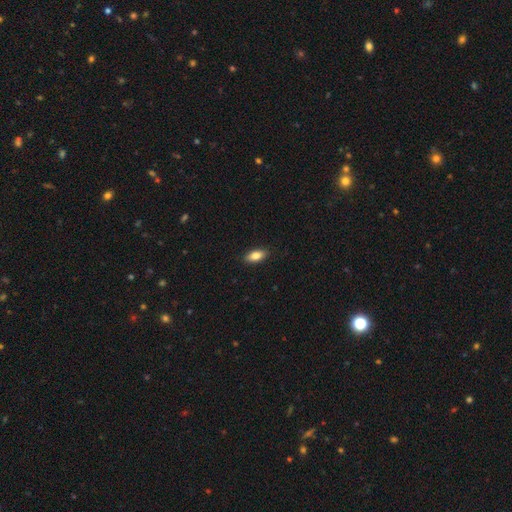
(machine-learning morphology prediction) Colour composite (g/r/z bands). It shows a smooth galaxy with no disk features (82%) that is in between round and cigar-shaped (86%). Merging: none (89%).